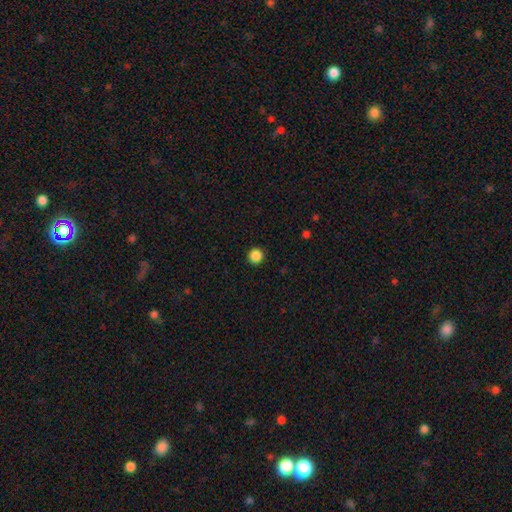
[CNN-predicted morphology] smooth 87%, star or artifact 11%, featured or disk 3%. Down the decision tree: how rounded — round (94%); merging — none (93%).